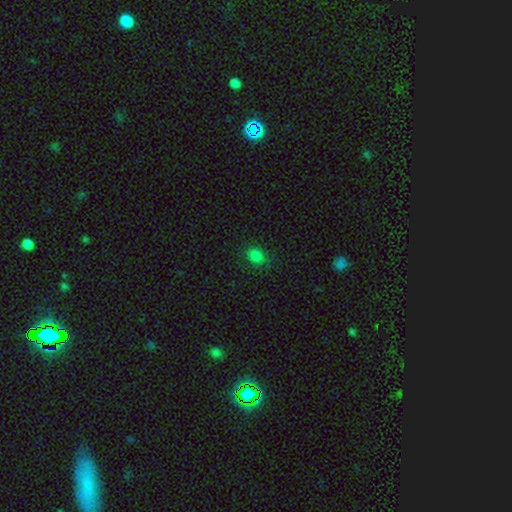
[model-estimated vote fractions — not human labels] Overall: smooth (82%). How rounded: round (62%; in between 37%). Merging: none (83%).